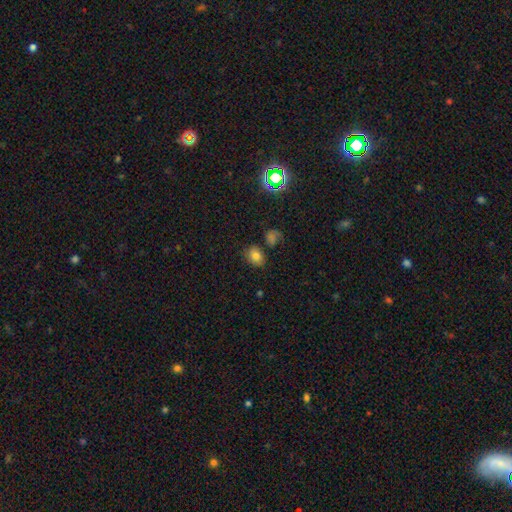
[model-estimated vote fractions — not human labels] This is likely a smooth galaxy (76%). How rounded: possibly in between (57%). Merging: likely none (74%).